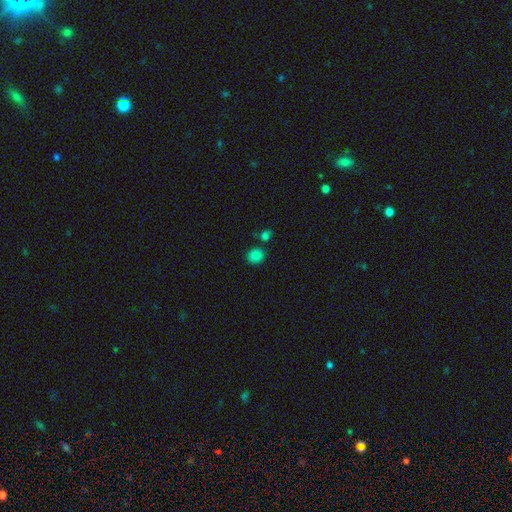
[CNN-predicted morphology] smooth-or-featured: smooth: 84% | star or artifact: 12% | featured or disk: 4%
  how-rounded: round: 75% | in between: 24% | cigar-shaped: 1%
  merging: none: 77% | merger: 11% | minor disturbance: 9% | major disturbance: 3%